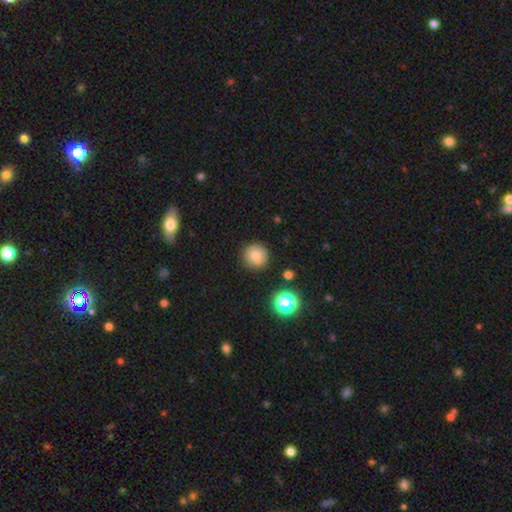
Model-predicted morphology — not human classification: Q: Smooth or featured?
A: smooth (79%); runner-up: star or artifact (13%)
Q: How rounded?
A: round (93%); runner-up: in between (6%)
Q: Merging?
A: none (82%); runner-up: minor disturbance (11%)